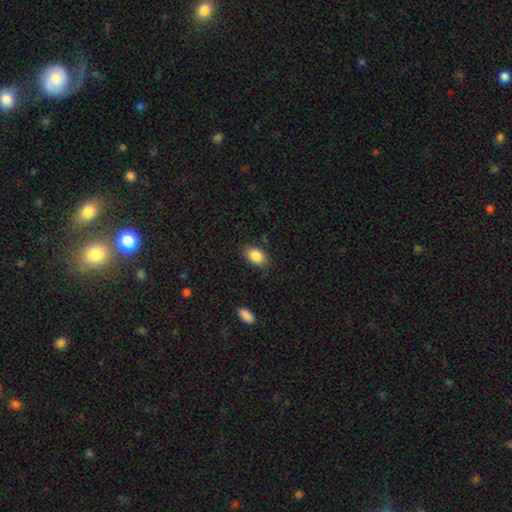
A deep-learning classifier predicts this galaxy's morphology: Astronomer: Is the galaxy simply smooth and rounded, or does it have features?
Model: smooth — 87%.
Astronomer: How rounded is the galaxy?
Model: in between — 82%.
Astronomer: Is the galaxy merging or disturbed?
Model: none — 82%.